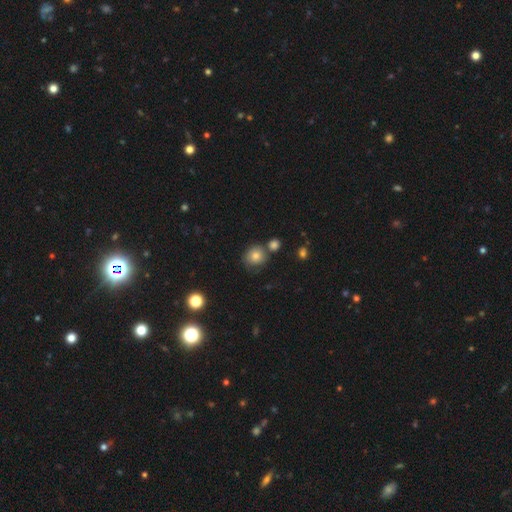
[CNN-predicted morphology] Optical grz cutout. It shows a smooth galaxy with no disk features (80%) that is round (82%). Merging: none (67%).